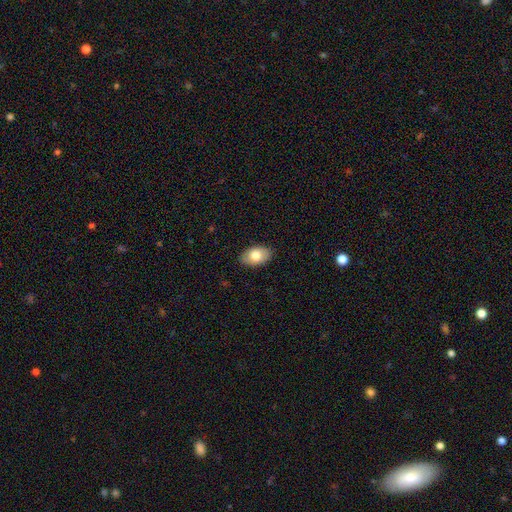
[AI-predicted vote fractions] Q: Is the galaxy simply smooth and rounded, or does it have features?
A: smooth — 81%.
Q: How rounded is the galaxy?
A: in between — 92%.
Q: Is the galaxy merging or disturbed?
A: none — 88%.